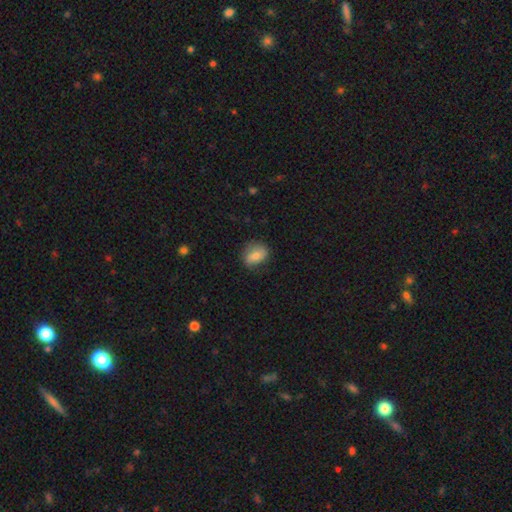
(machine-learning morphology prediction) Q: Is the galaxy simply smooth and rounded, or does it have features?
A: smooth — 76%.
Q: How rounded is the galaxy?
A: in between — 66%.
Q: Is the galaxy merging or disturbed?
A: none — 72%.